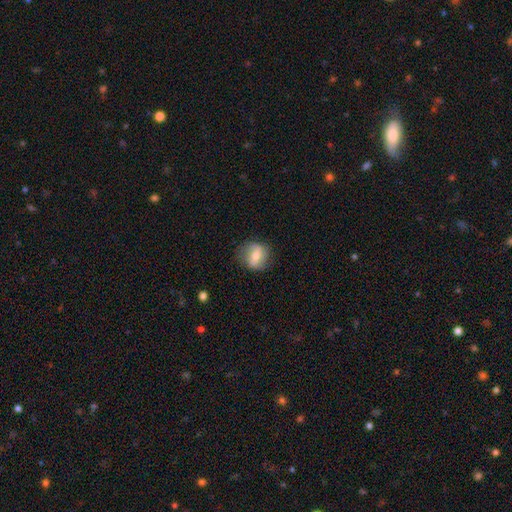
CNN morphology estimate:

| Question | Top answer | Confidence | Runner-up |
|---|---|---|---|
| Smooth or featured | smooth | 48% | featured or disk (44%) |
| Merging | none | 76% | minor disturbance (17%) |